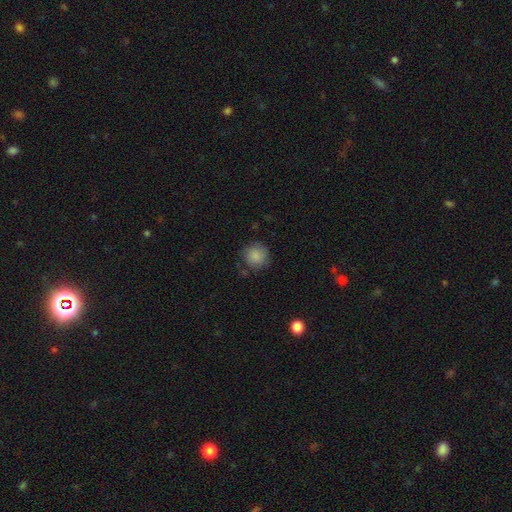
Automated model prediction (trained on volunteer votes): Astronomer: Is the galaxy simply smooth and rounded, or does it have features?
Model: smooth — 86%.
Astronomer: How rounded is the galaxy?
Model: round — 92%.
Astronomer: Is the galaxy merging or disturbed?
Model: none — 82%.